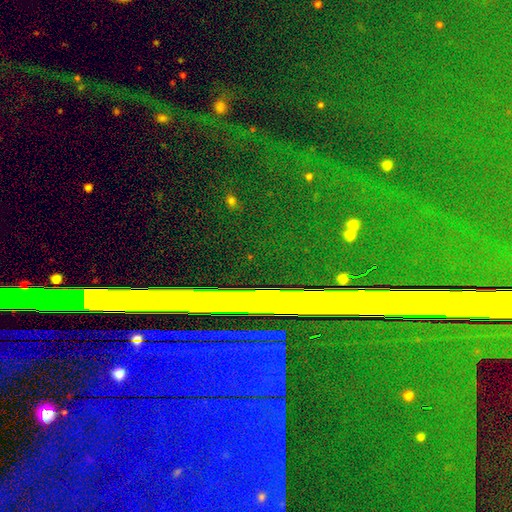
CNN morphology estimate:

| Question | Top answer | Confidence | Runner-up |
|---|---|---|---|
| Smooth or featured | star or artifact | 86% | featured or disk (8%) |